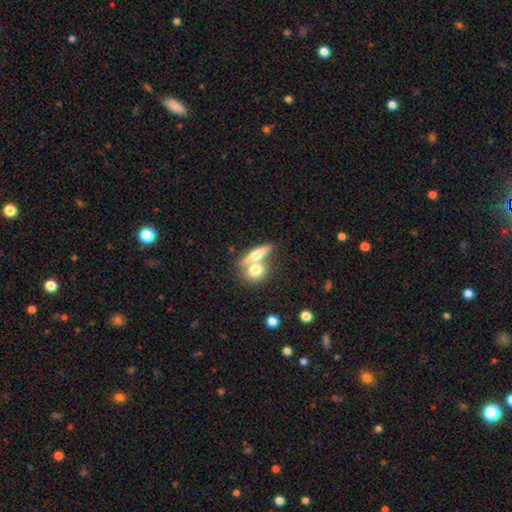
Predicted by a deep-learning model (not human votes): smooth-or-featured: smooth: 64% | featured or disk: 28% | star or artifact: 7%
  how-rounded: cigar-shaped: 36% | round: 32% | in between: 31%
  merging: none: 46% | merger: 42% | minor disturbance: 8% | major disturbance: 4%